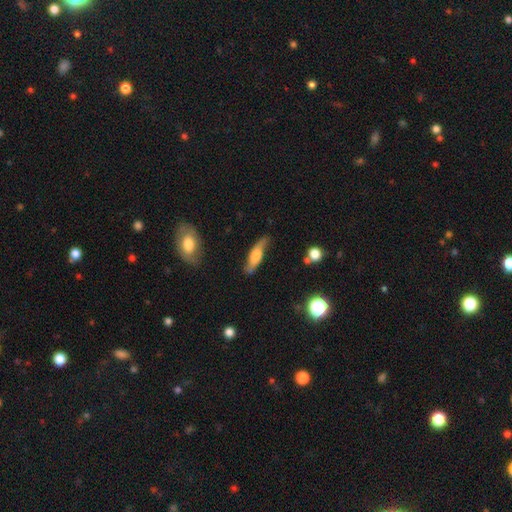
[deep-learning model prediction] Overall: smooth (53%; featured or disk 41%). How rounded: cigar-shaped (59%; in between 38%). Merging: none (70%).